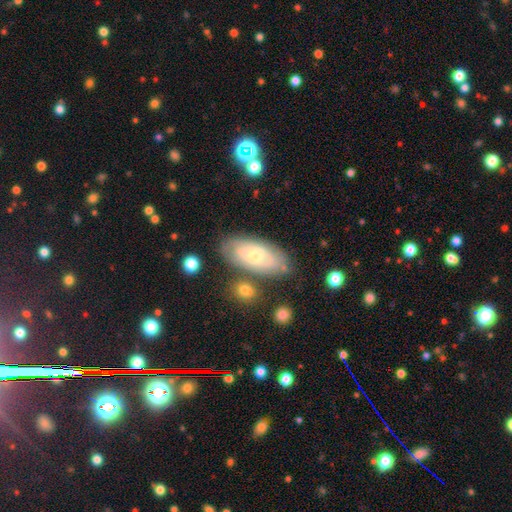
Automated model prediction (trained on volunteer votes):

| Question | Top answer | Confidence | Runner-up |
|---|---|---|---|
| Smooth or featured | featured or disk | 57% | smooth (36%) |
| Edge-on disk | no | 88% | yes (12%) |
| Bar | no | 47% | weak (41%) |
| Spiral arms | yes | 55% | no (45%) |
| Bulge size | moderate | 52% | small (41%) |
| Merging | none | 70% | minor disturbance (18%) |